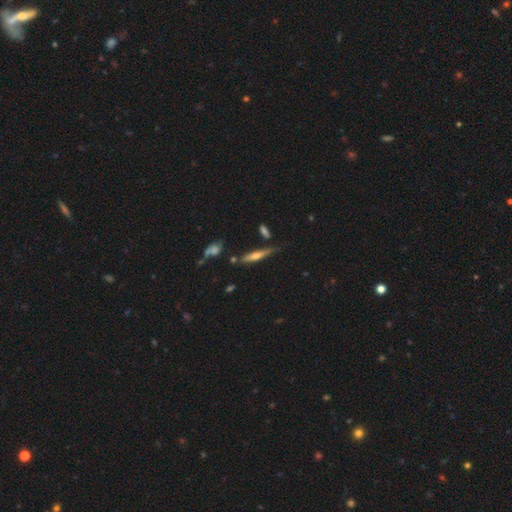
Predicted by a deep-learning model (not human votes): smooth-or-featured: featured or disk: 49% | smooth: 44% | star or artifact: 7%
  merging: none: 67% | minor disturbance: 20% | merger: 7% | major disturbance: 5%